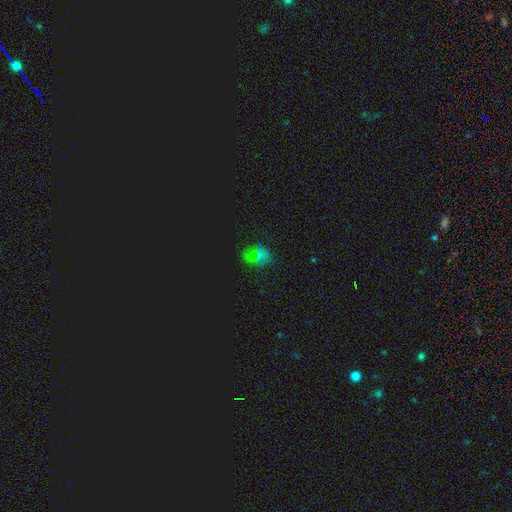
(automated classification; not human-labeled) smooth-or-featured: star or artifact: 51% | smooth: 36% | featured or disk: 13%